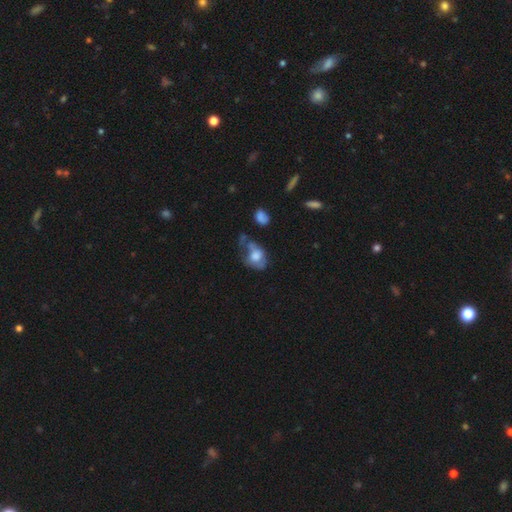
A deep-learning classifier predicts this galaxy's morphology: smooth 54%, featured or disk 37%, star or artifact 10%. Down the decision tree: how rounded — in between (71%); merging — major disturbance (38%).